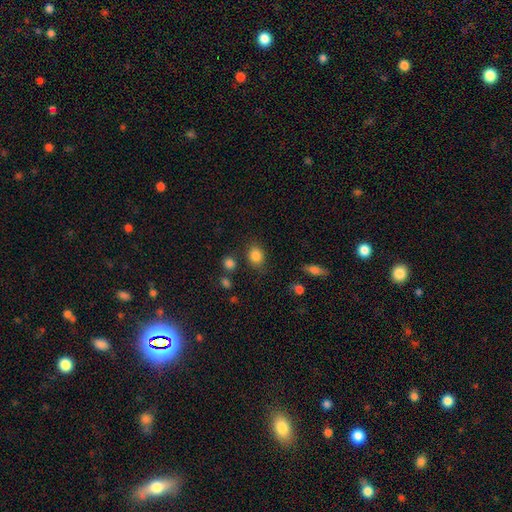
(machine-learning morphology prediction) The model was most divided on "how rounded": round: 51%, in between: 47%, cigar-shaped: 1%. More confident: smooth or featured — smooth (84%); merging — none (77%).